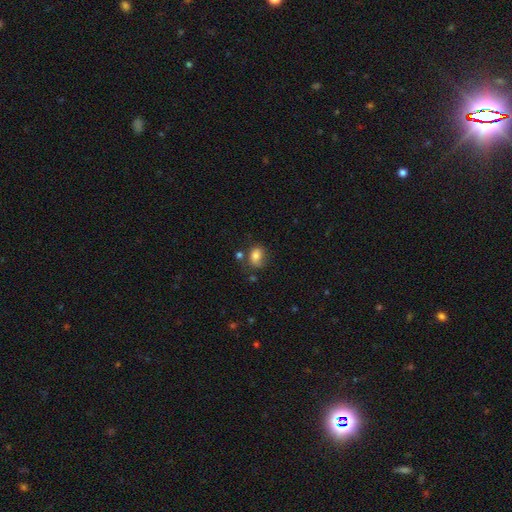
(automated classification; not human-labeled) A smooth galaxy with no disk features (76%) that is in between round and cigar-shaped (60%). Merging: none (52%).